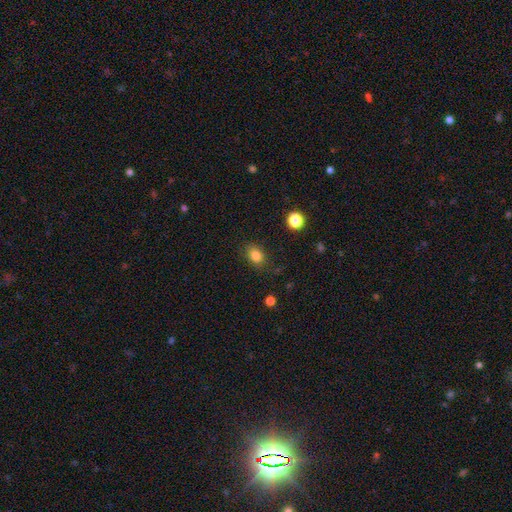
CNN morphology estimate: smooth 83%, star or artifact 11%, featured or disk 6%. Down the decision tree: how rounded — in between (65%); merging — none (79%).